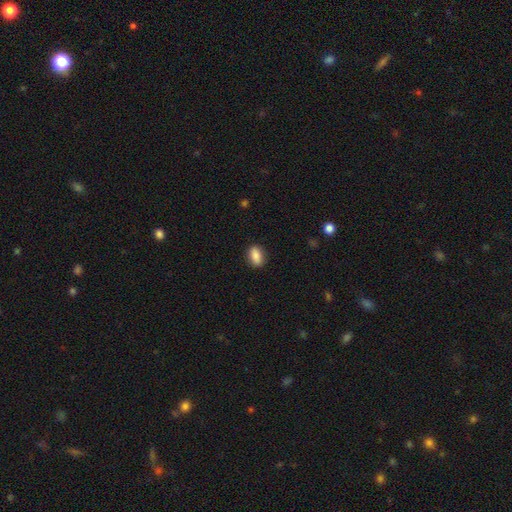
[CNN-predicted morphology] The model was most divided on "how rounded": in between: 86%, round: 10%, cigar-shaped: 4%. More confident: merging — none (88%); smooth or featured — smooth (87%).